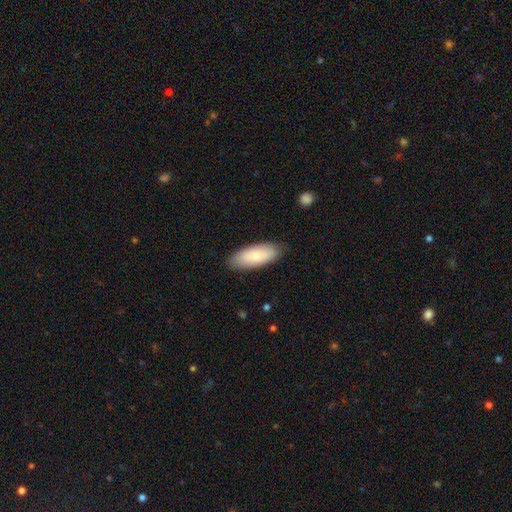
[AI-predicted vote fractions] Overall: smooth (72%). How rounded: in between (85%). Merging: none (86%).